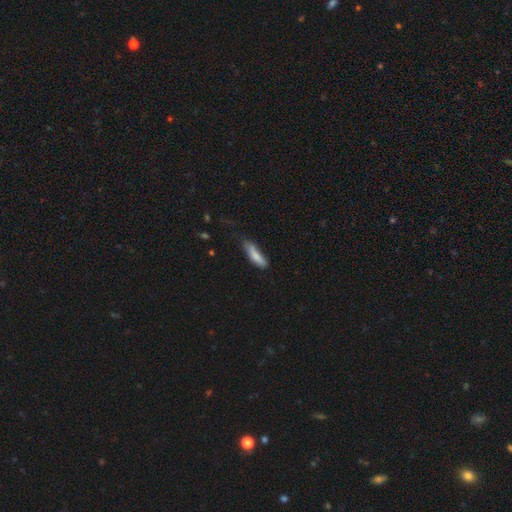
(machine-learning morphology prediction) A smooth galaxy with no disk features (82%) that is cigar-shaped (63%).

Vote fractions:
- Smooth or featured? smooth: 82% / featured or disk: 12% / star or artifact: 7%
- How rounded? cigar-shaped: 63% / in between: 35% / round: 2%
- Merging? none: 54% / minor disturbance: 33% / major disturbance: 9% / merger: 3%